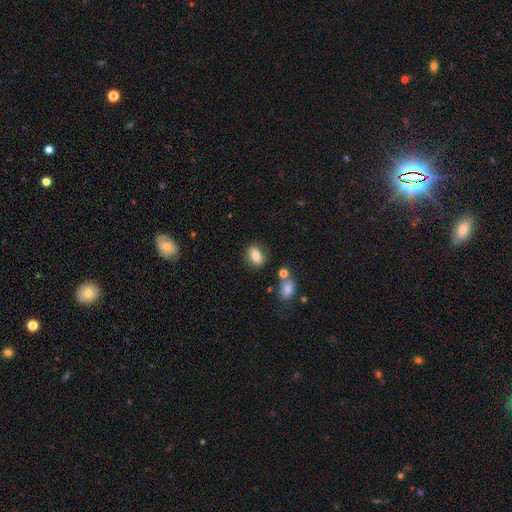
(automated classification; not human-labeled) smooth-or-featured: smooth: 72% | featured or disk: 19% | star or artifact: 9%
  how-rounded: in between: 71% | round: 24% | cigar-shaped: 5%
  merging: none: 78% | minor disturbance: 13% | merger: 5% | major disturbance: 4%